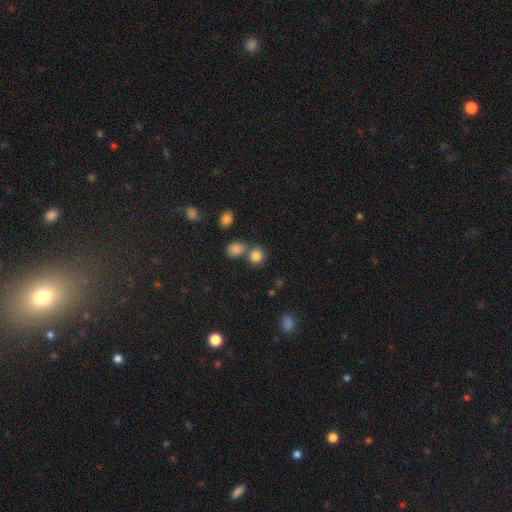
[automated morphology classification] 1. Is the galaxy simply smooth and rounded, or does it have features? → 83% smooth, 12% star or artifact, 5% featured or disk.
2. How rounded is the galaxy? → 82% round, 17% in between, 1% cigar-shaped.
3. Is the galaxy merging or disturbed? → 59% none, 28% merger, 9% minor disturbance, 4% major disturbance.